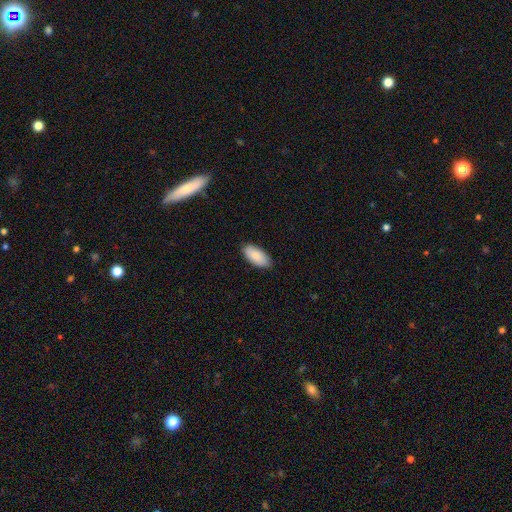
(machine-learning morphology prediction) Overall: smooth (86%). How rounded: in between (93%). Merging: none (85%).